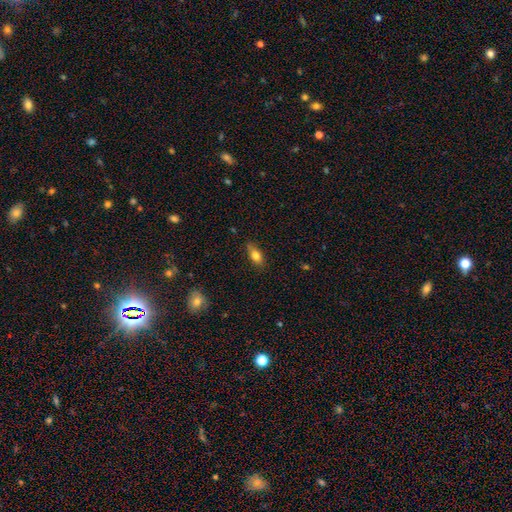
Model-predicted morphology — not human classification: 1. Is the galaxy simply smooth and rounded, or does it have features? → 78% smooth, 14% featured or disk, 8% star or artifact.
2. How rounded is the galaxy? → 81% in between, 13% cigar-shaped, 6% round.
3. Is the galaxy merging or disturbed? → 78% none, 17% minor disturbance, 3% major disturbance, 1% merger.